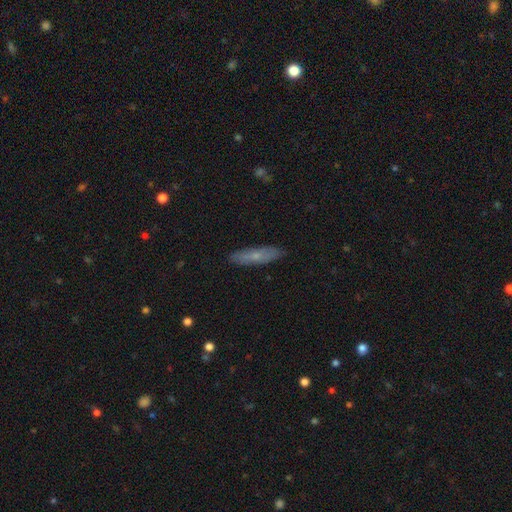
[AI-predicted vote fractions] This appears to be a smooth galaxy with no disk features (57%) that is cigar-shaped (77%). Merging: none (87%).